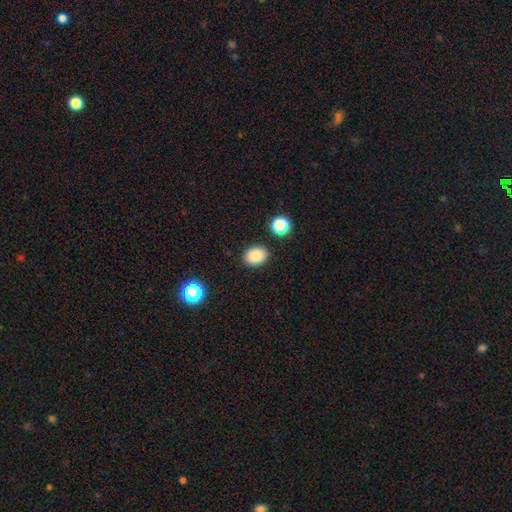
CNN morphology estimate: The model was most divided on "how rounded": in between: 65%, round: 34%, cigar-shaped: 1%. More confident: merging — none (87%); smooth or featured — smooth (86%).